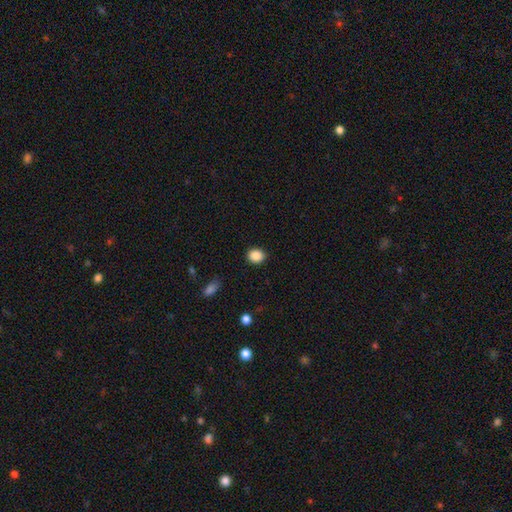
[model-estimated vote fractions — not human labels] Smooth or featured? smooth (88%)
How rounded? round (65%)
Merging? none (88%)